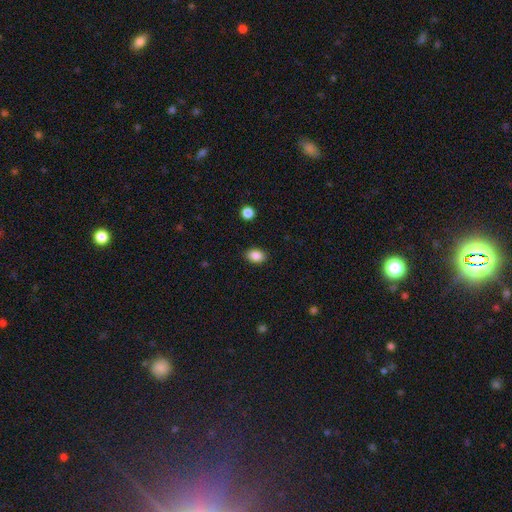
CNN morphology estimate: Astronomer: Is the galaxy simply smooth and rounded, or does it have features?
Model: smooth — 87%.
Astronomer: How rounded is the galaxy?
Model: in between — 77%.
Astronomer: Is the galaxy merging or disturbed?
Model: none — 87%.